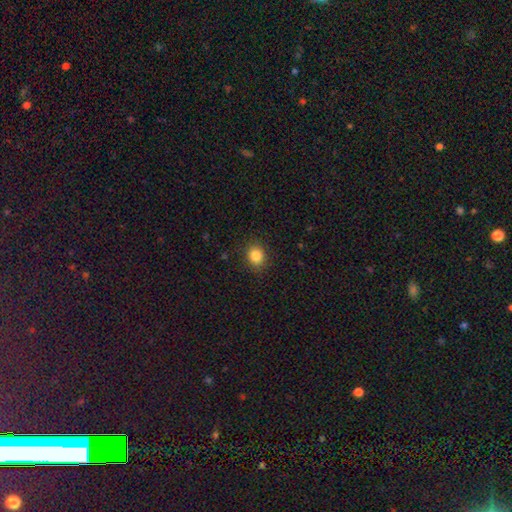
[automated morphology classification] Smooth or featured? Predicted: smooth (p=0.85). How rounded? Predicted: round (p=0.68). Merging? Predicted: none (p=0.89).